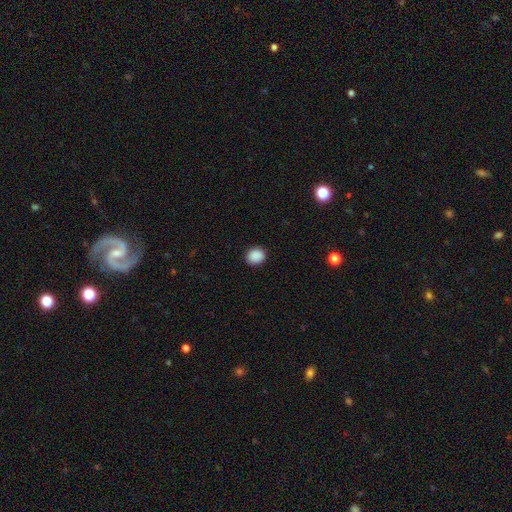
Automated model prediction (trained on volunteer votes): Morphology: type=smooth (89%); roundness=round (72%); merging=none (90%).